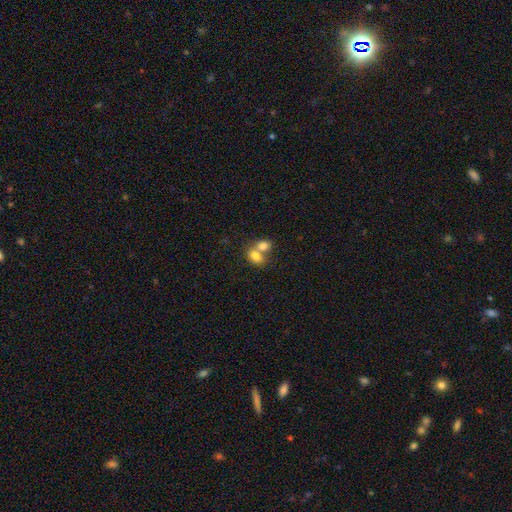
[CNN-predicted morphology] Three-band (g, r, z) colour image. It shows a smooth galaxy with no disk features (78%) that is in between round and cigar-shaped (70%). Merging: merger (65%).